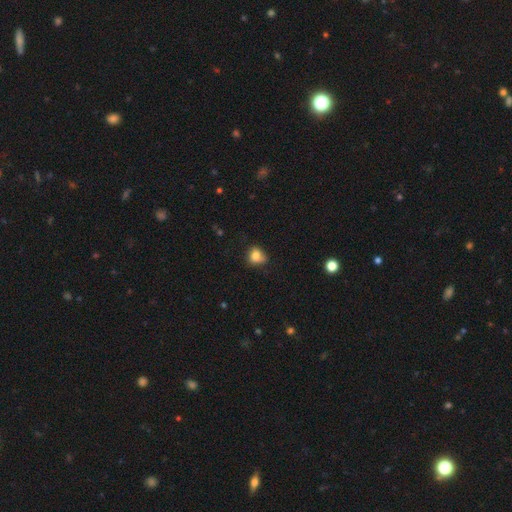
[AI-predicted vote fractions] Smooth or featured?
  - smooth: 80% *
  - star or artifact: 11%
  - featured or disk: 10%
How rounded?
  - round: 57% *
  - in between: 42%
  - cigar-shaped: 1%
Merging?
  - none: 49% *
  - minor disturbance: 35%
  - major disturbance: 11%
  - merger: 5%